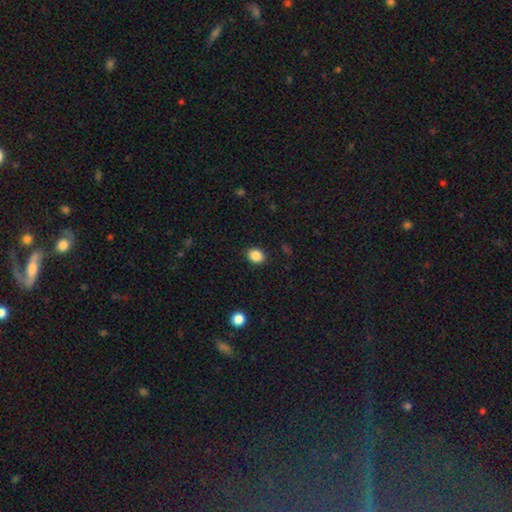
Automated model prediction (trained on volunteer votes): Smooth or featured? smooth (87%)
How rounded? round (55%)
Merging? none (90%)